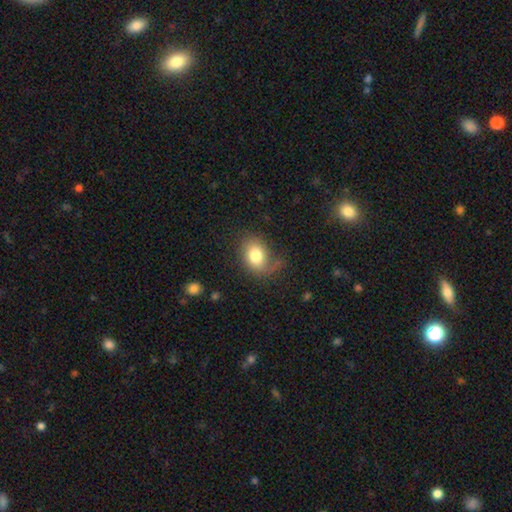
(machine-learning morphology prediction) This is likely a smooth galaxy (78%). How rounded: likely in between (67%). Merging: likely none (63%).